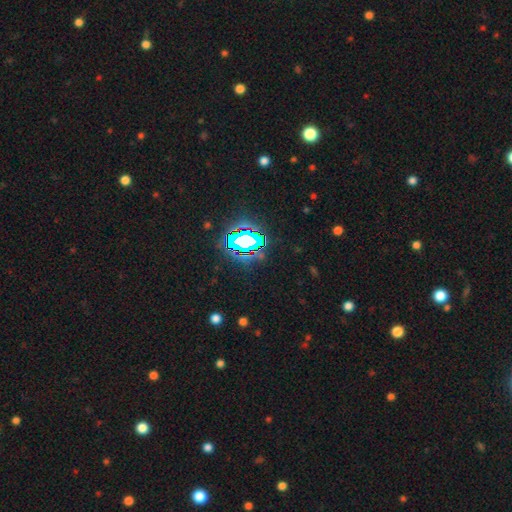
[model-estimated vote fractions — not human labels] Morphology: type=star or artifact (79%).